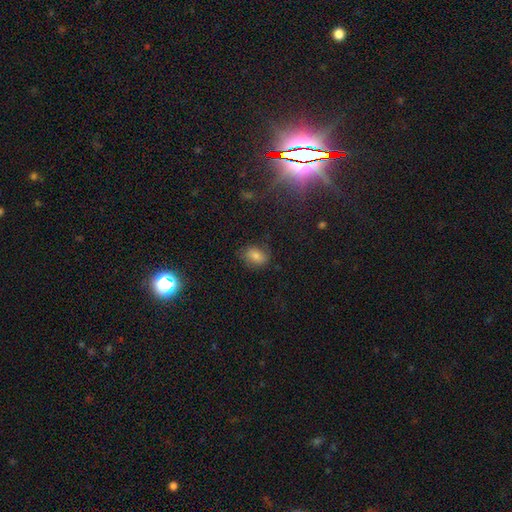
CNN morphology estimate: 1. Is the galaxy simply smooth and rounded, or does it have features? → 73% smooth, 15% star or artifact, 11% featured or disk.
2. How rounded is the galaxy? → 70% in between, 28% round, 2% cigar-shaped.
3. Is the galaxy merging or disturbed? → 76% none, 17% minor disturbance, 5% major disturbance, 2% merger.